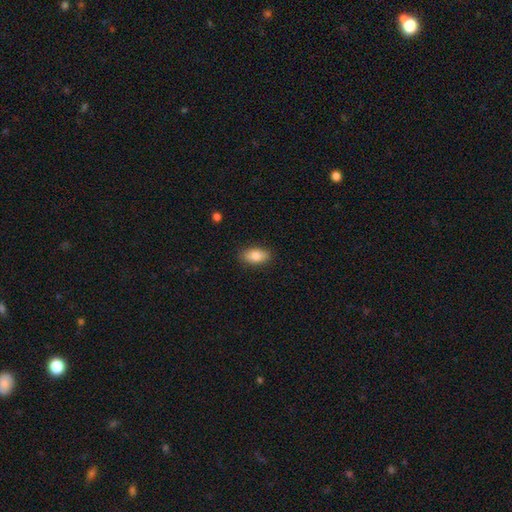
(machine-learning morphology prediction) Overall: smooth (84%). How rounded: in between (91%). Merging: none (86%).